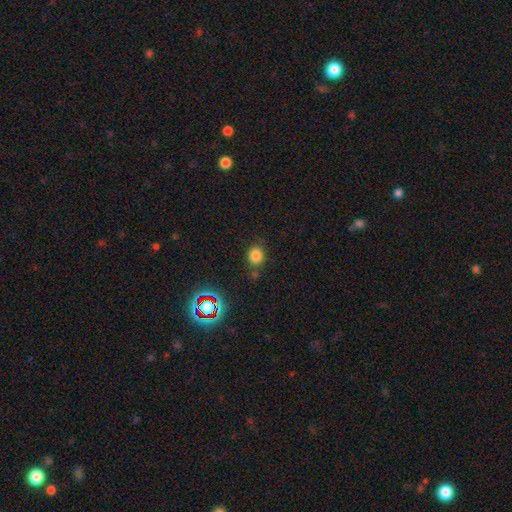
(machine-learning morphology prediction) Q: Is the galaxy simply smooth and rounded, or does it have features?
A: smooth — 78%.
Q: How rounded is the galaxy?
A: round — 74%.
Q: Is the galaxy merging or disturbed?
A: none — 76%.